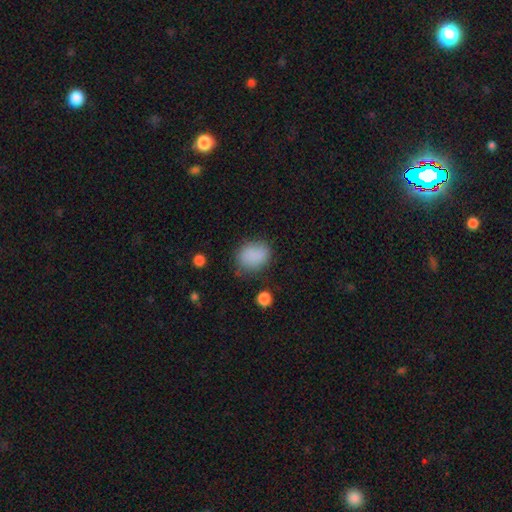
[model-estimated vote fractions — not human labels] smooth-or-featured: smooth: 85% | star or artifact: 9% | featured or disk: 6%
  how-rounded: in between: 50% | round: 49% | cigar-shaped: 1%
  merging: none: 69% | minor disturbance: 21% | major disturbance: 6% | merger: 3%